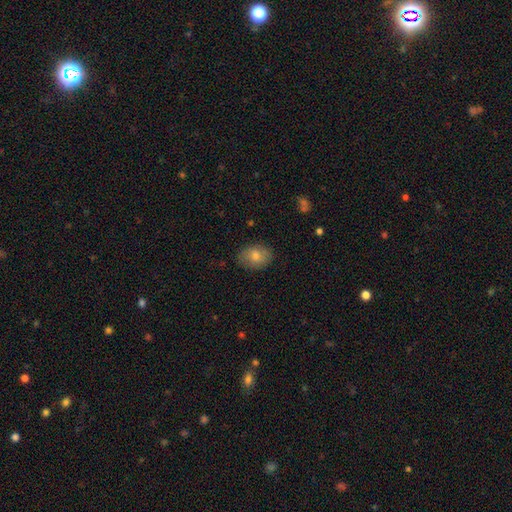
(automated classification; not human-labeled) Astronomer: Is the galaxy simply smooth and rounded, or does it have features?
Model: smooth — 72%.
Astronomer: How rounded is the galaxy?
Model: in between — 69%.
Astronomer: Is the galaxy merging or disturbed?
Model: none — 84%.